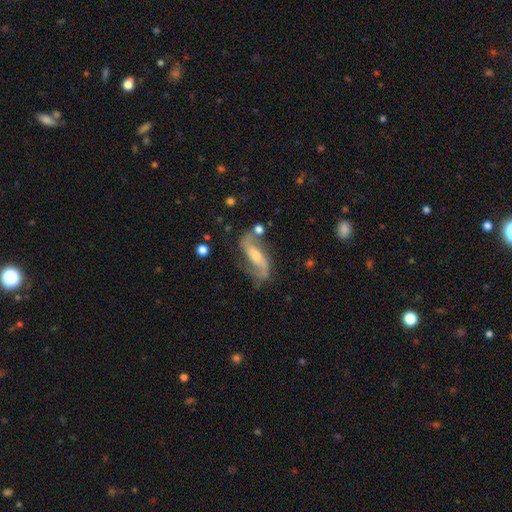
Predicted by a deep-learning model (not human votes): This appears to be a featured or disk galaxy (84%) with a strong bar (37%), 2 (89%) loose (53%) spiral arms (95%) and a small central bulge (51%). Merging: none (66%).